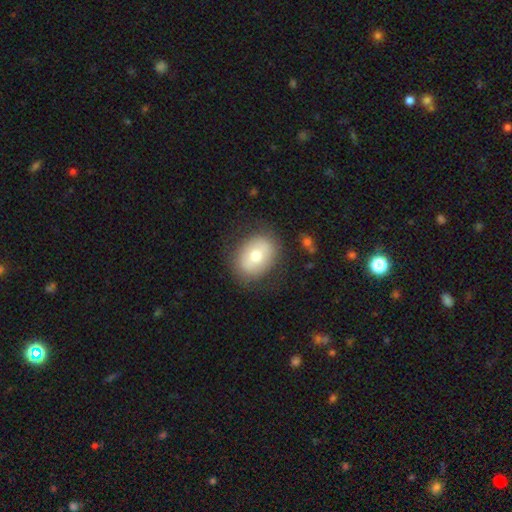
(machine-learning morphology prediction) type=smooth (66%); roundness=in between (59%); merging=none (81%).